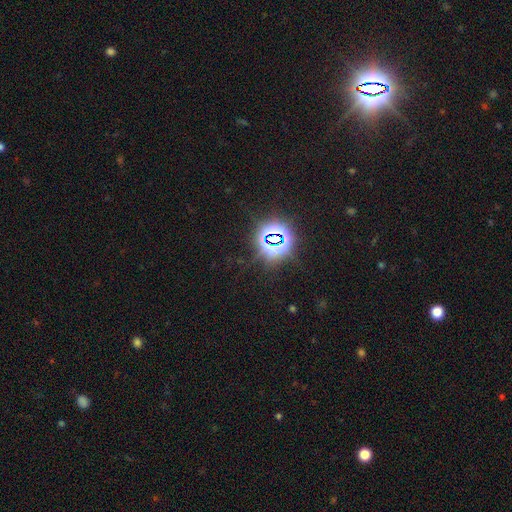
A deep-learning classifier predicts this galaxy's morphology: The model was most divided on "smooth or featured": star or artifact: 80%, smooth: 12%, featured or disk: 8%.